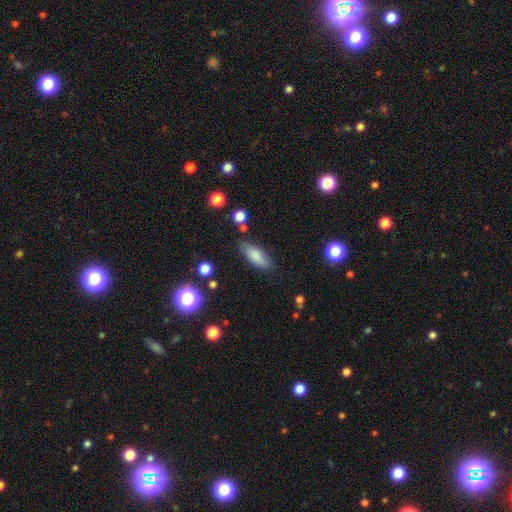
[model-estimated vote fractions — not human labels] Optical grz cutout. It shows a smooth galaxy with no disk features (82%) that is in between round and cigar-shaped (73%). Merging: none (79%).